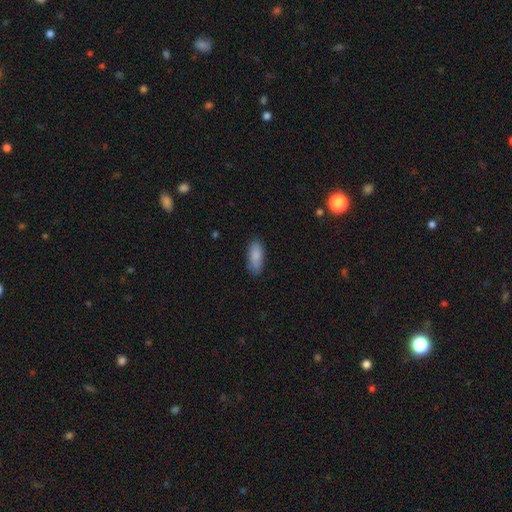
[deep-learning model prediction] Morphology: type=smooth (86%); roundness=in between (85%); merging=none (78%).